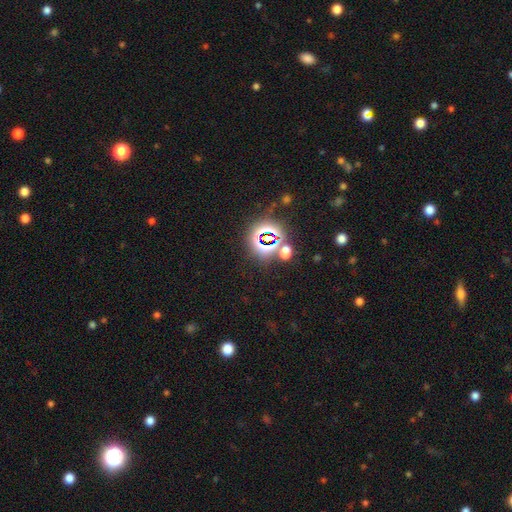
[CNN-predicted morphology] Overall: star or artifact (79%).